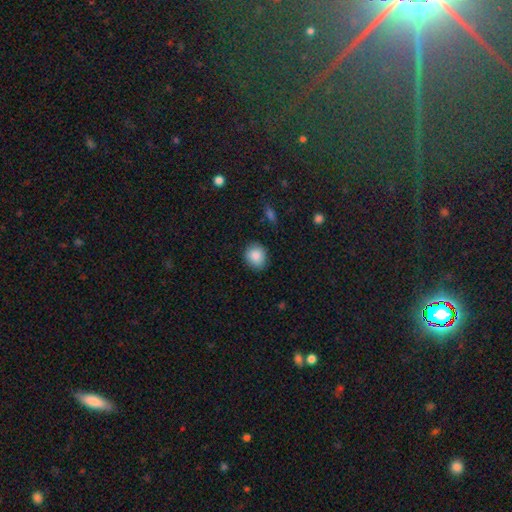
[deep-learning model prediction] smooth_or_featured: smooth (p=0.88) [alt: star or artifact p=0.08]
how_rounded: round (p=0.76) [alt: in between p=0.23]
merging: none (p=0.86) [alt: minor disturbance p=0.11]